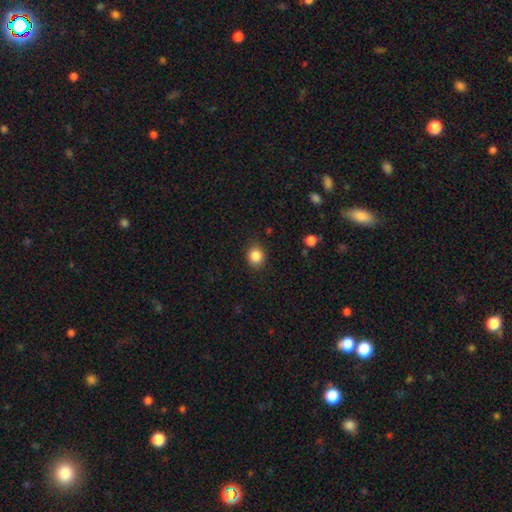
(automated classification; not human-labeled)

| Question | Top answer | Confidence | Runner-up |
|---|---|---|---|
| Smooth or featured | smooth | 86% | star or artifact (10%) |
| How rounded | round | 75% | in between (24%) |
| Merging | none | 87% | minor disturbance (10%) |